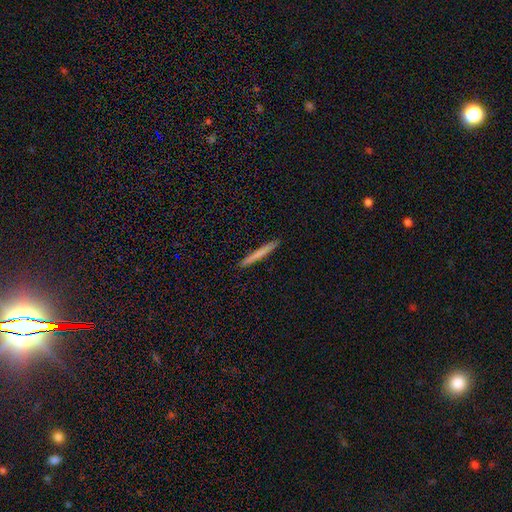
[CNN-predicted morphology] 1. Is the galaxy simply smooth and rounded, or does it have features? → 67% smooth, 27% featured or disk, 6% star or artifact.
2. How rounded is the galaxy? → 97% cigar-shaped, 2% in between, 1% round.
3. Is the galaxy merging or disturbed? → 93% none, 5% minor disturbance, 1% major disturbance, 1% merger.